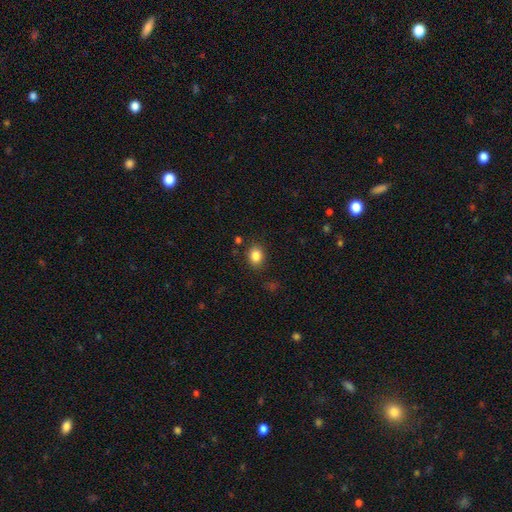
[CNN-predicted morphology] The model was most divided on "how rounded": round: 50%, in between: 49%, cigar-shaped: 1%. More confident: smooth or featured — smooth (85%); merging — none (83%).